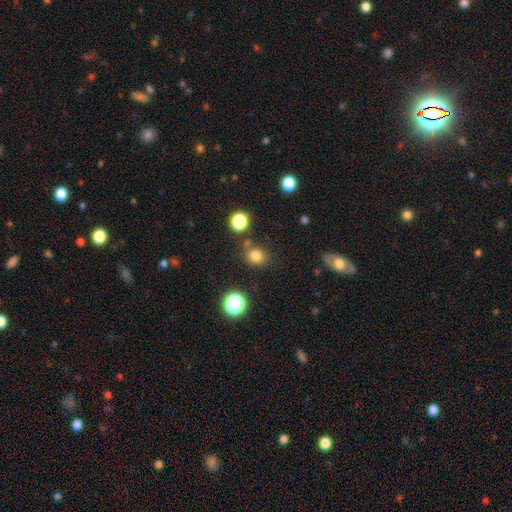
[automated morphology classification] Smooth or featured? Predicted: smooth (p=0.78). How rounded? Predicted: round (p=0.78). Merging? Predicted: none (p=0.74).